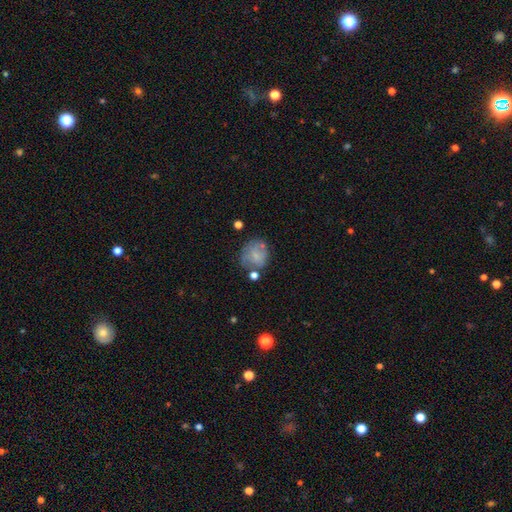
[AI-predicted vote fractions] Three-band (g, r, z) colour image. It shows a smooth galaxy with no disk features (66%) that is round (77%). Merging: none (54%).